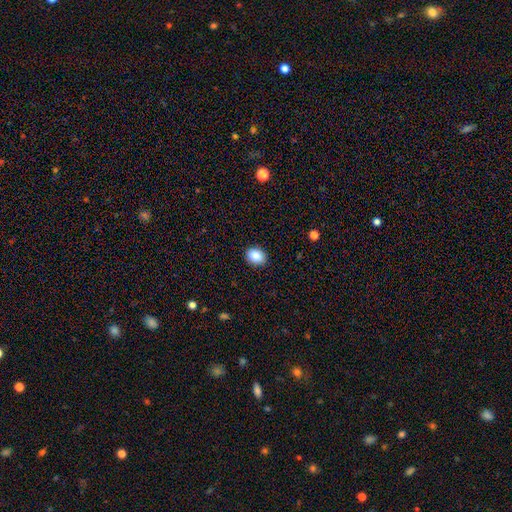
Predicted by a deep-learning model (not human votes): The model was most divided on "how rounded": in between: 52%, round: 47%, cigar-shaped: 1%. More confident: merging — none (89%); smooth or featured — smooth (88%).